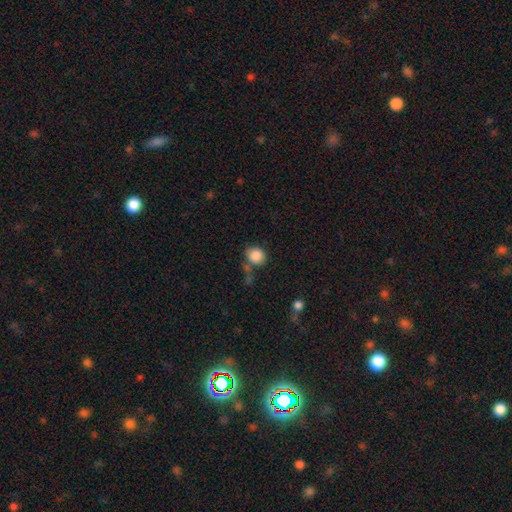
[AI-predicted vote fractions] Morphology: type=smooth (86%); roundness=round (73%); merging=none (59%).